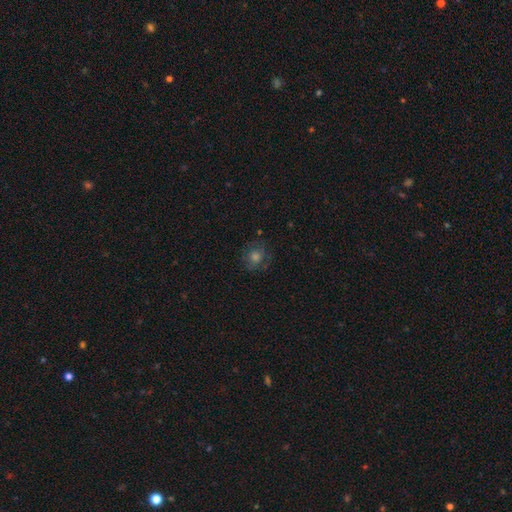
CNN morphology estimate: Smooth or featured: smooth — 56% (star or artifact — 23%)
How rounded: round — 82% (in between — 17%)
Merging: none — 80% (minor disturbance — 14%)